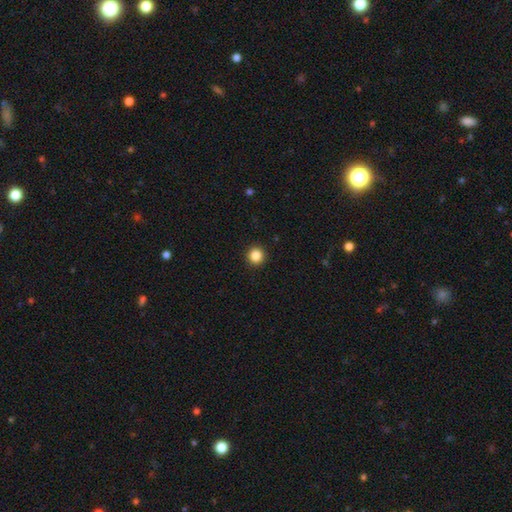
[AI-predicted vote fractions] Smooth or featured: smooth — 85% (star or artifact — 11%)
How rounded: round — 95% (in between — 4%)
Merging: none — 93% (minor disturbance — 4%)